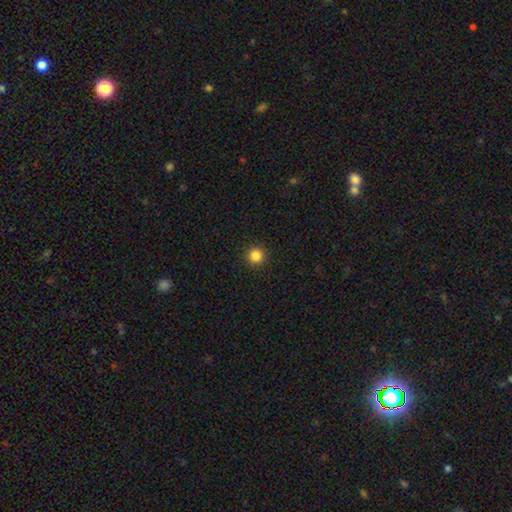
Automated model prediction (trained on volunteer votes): Smooth or featured?
  - smooth: 85% *
  - star or artifact: 12%
  - featured or disk: 3%
How rounded?
  - round: 96% *
  - in between: 3%
  - cigar-shaped: 1%
Merging?
  - none: 94% *
  - minor disturbance: 4%
  - major disturbance: 1%
  - merger: 1%